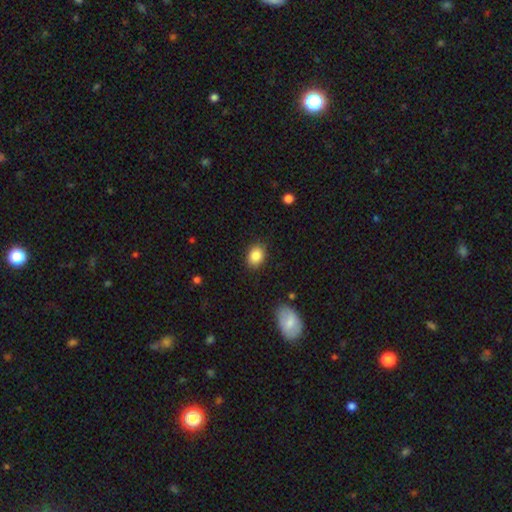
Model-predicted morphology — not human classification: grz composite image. It shows a smooth galaxy with no disk features (87%) that is in between round and cigar-shaped (70%). Merging: none (86%).